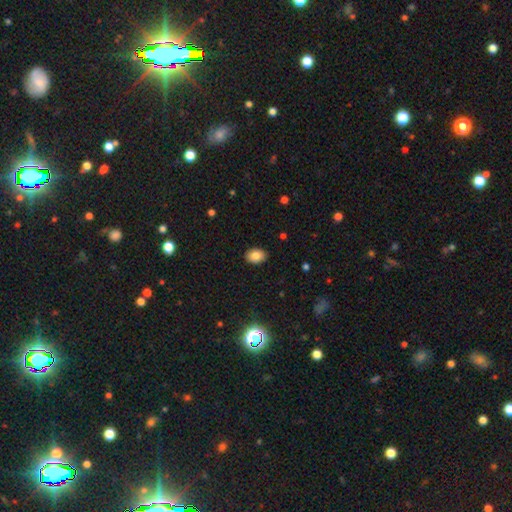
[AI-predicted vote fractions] Smooth or featured?
  - smooth: 83% *
  - star or artifact: 10%
  - featured or disk: 7%
How rounded?
  - in between: 78% *
  - round: 21%
  - cigar-shaped: 1%
Merging?
  - none: 89% *
  - minor disturbance: 8%
  - major disturbance: 2%
  - merger: 1%